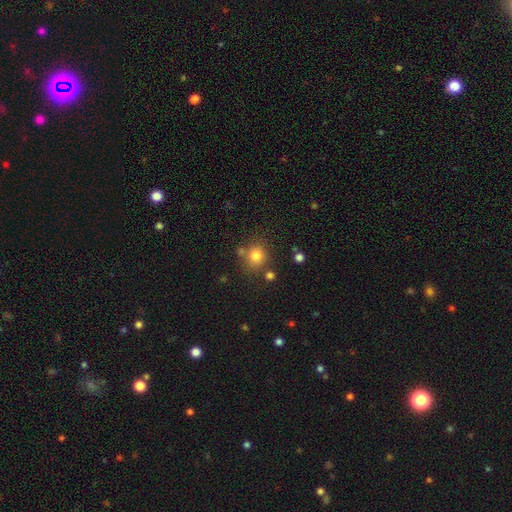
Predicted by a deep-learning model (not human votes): A smooth galaxy with no disk features (79%) that is round (84%).

Vote fractions:
- Smooth or featured? smooth: 79% / star or artifact: 14% / featured or disk: 8%
- How rounded? round: 84% / in between: 15% / cigar-shaped: 1%
- Merging? none: 75% / minor disturbance: 11% / merger: 10% / major disturbance: 4%